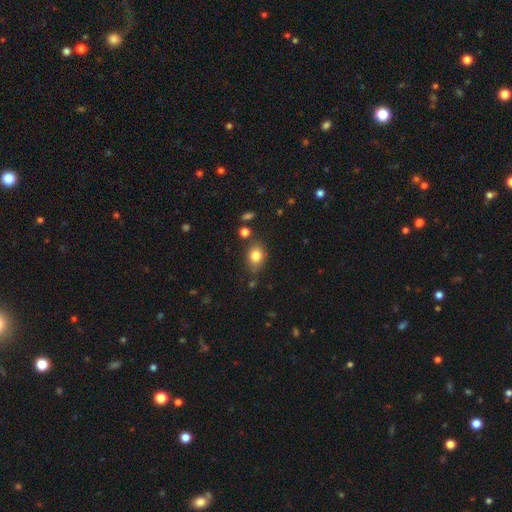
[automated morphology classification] This appears to be a smooth galaxy with no disk features (81%) that is in between round and cigar-shaped (63%). Merging: none (76%).